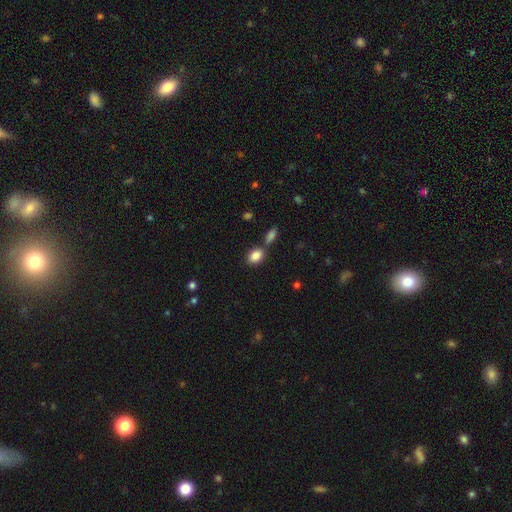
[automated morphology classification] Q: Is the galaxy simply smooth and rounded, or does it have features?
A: smooth — 86%.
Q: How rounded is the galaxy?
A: in between — 73%.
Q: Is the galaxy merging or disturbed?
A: none — 64%.